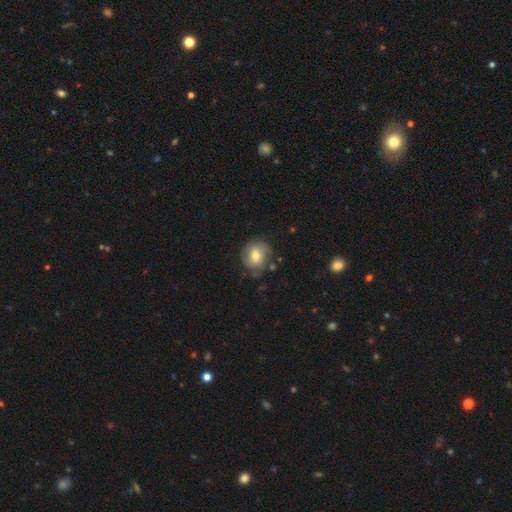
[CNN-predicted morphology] The model was most divided on "smooth or featured": smooth: 64%, featured or disk: 28%, star or artifact: 8%. More confident: how rounded — round (77%); merging — none (70%).